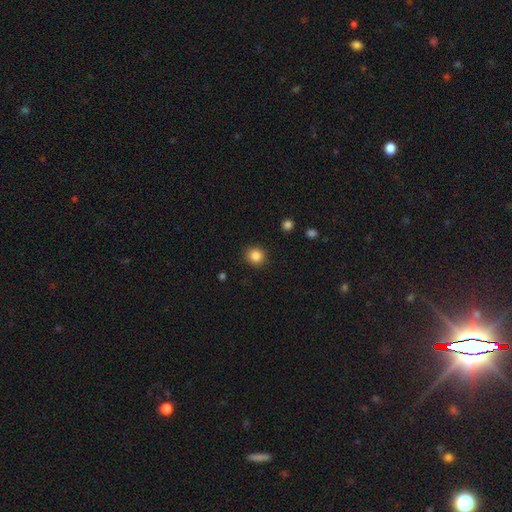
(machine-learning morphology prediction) Smooth or featured? smooth (85%)
How rounded? round (89%)
Merging? none (90%)